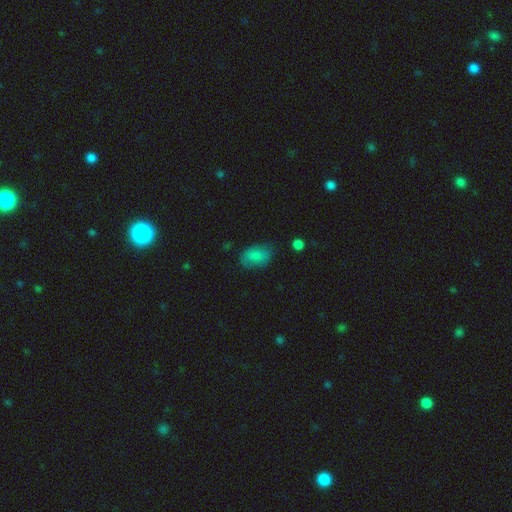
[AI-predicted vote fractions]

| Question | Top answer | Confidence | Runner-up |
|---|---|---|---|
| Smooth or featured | smooth | 80% | featured or disk (11%) |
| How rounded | in between | 89% | round (10%) |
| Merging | none | 66% | minor disturbance (25%) |